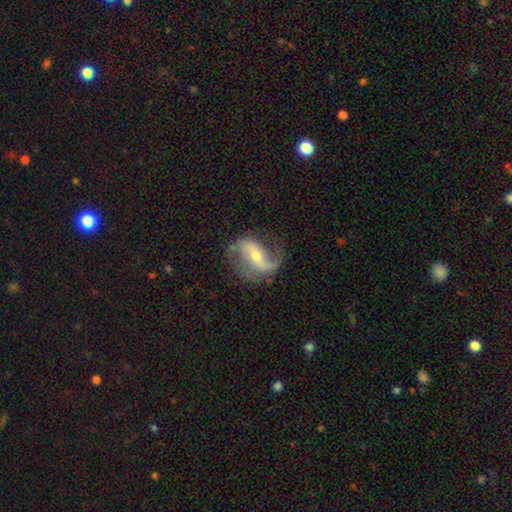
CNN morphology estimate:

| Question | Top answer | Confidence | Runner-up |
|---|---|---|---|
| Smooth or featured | featured or disk | 86% | smooth (8%) |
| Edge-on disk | no | 96% | yes (4%) |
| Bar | strong | 38% | weak (35%) |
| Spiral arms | yes | 95% | no (5%) |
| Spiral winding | loose | 57% | medium (33%) |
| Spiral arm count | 2 | 83% | 1 (10%) |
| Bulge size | moderate | 50% | small (46%) |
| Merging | none | 68% | minor disturbance (19%) |